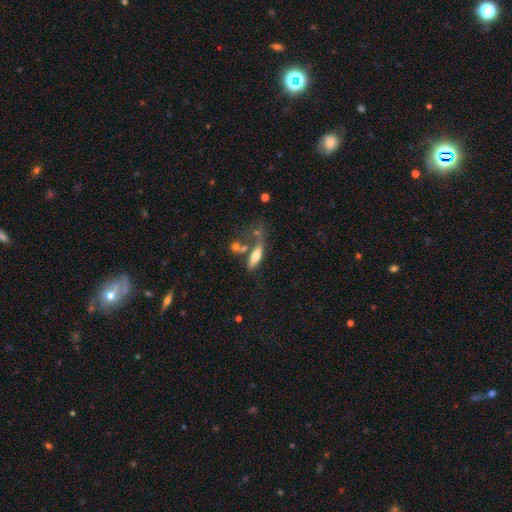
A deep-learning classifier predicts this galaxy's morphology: Q: Smooth or featured?
A: smooth (60%); runner-up: featured or disk (32%)
Q: How rounded?
A: cigar-shaped (57%); runner-up: in between (39%)
Q: Merging?
A: none (39%); runner-up: merger (25%)